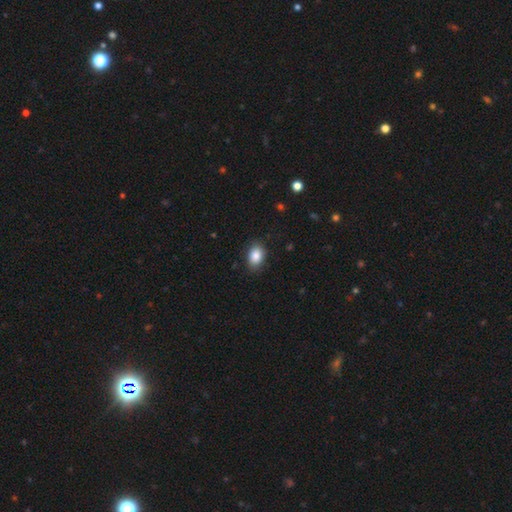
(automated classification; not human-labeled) This is clearly a smooth galaxy (87%). How rounded: clearly in between (81%). Merging: clearly none (85%).